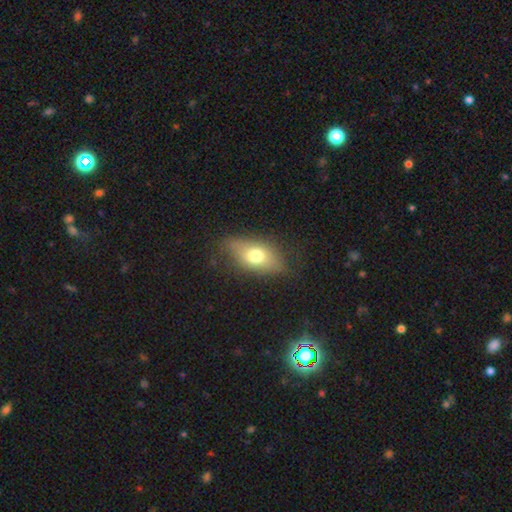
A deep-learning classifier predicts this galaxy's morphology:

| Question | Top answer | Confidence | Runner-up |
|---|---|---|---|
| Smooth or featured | smooth | 69% | featured or disk (22%) |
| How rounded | in between | 82% | round (12%) |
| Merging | none | 70% | minor disturbance (21%) |